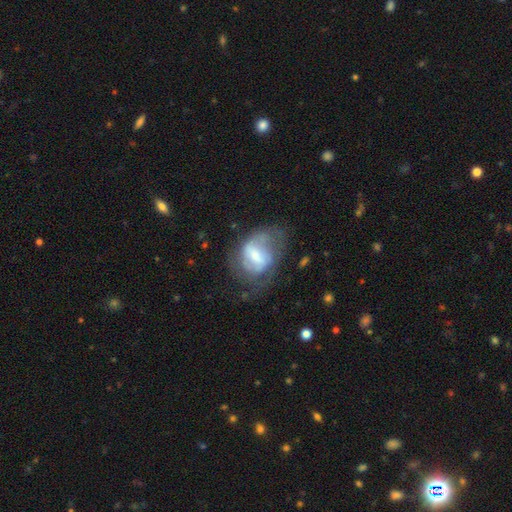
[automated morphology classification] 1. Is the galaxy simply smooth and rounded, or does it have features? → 61% featured or disk, 32% smooth, 8% star or artifact.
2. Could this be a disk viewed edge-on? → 96% no, 4% yes.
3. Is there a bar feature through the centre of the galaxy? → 47% weak, 30% strong, 23% no.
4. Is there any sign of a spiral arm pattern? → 64% yes, 36% no.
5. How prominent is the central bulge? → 41% small, 37% moderate, 12% large, 8% none, 2% dominant.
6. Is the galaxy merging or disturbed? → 42% none, 30% major disturbance, 25% minor disturbance, 3% merger.